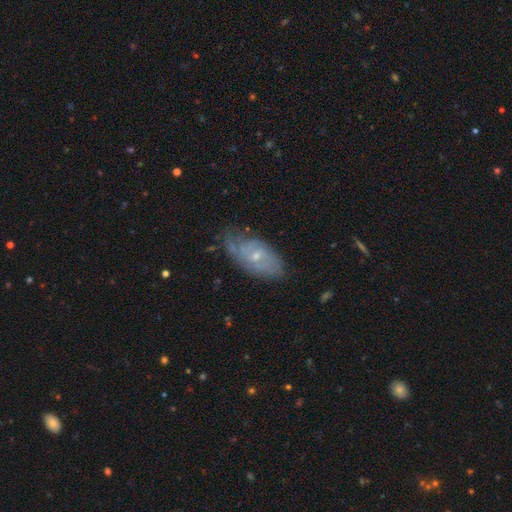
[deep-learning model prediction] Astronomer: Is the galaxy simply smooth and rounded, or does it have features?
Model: featured or disk — 64%.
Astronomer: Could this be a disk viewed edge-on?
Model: no — 91%.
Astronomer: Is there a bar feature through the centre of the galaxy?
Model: no — 66%.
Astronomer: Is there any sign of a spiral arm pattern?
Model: yes — 80%.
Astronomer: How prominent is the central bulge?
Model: small — 68%.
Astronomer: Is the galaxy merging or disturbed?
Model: none — 62%.